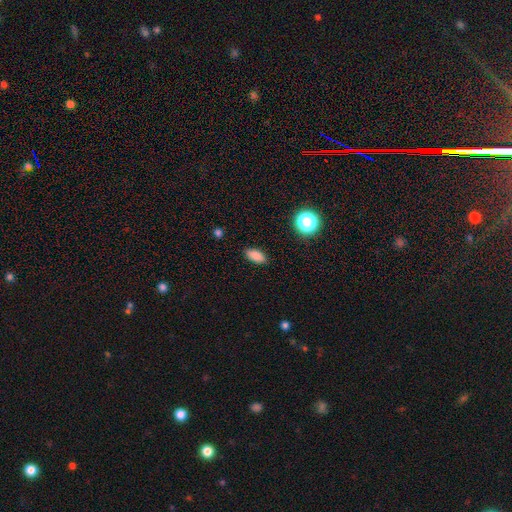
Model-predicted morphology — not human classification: Overall: smooth (85%). How rounded: in between (87%). Merging: none (88%).